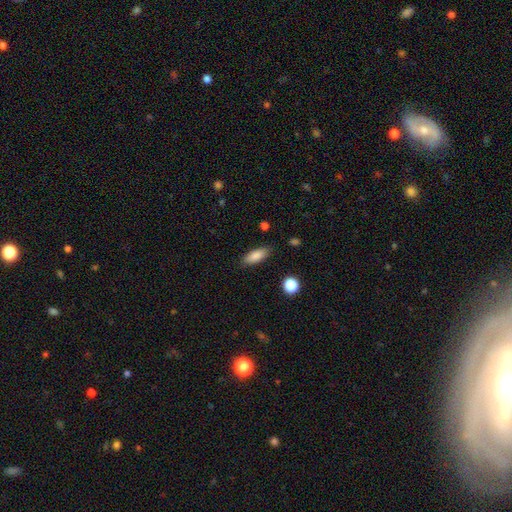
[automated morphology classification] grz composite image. It shows a smooth galaxy with no disk features (84%) that is in between round and cigar-shaped (69%). Merging: none (86%).